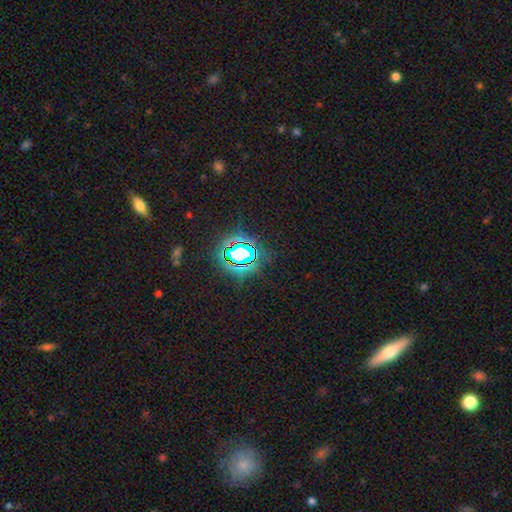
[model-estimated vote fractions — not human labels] star or artifact 77%, smooth 14%, featured or disk 9%.